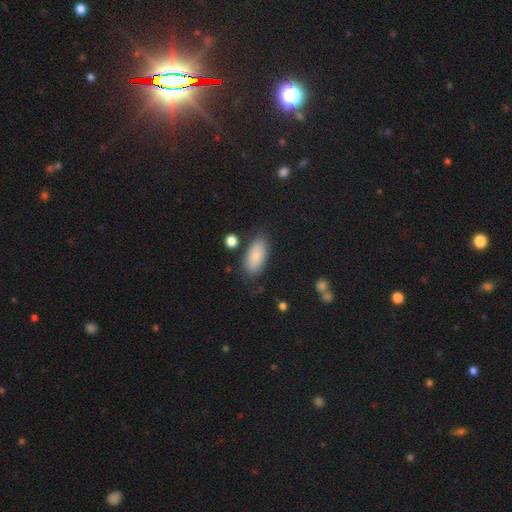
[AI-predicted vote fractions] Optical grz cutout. It shows a smooth galaxy with no disk features (84%) that is in between round and cigar-shaped (90%). Merging: none (79%).